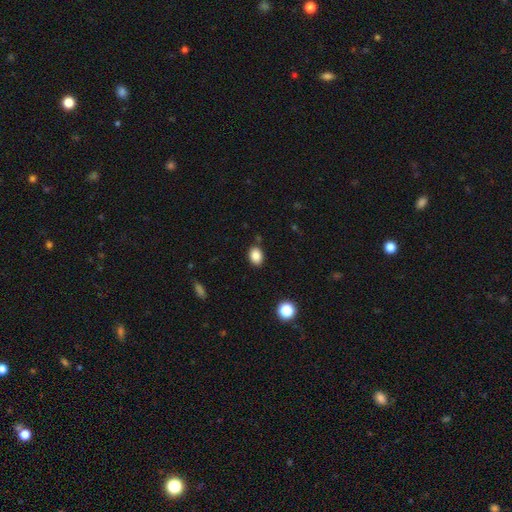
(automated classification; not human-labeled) A smooth galaxy with no disk features (86%) that is in between round and cigar-shaped (72%).

Vote fractions:
- Smooth or featured? smooth: 86% / star or artifact: 9% / featured or disk: 5%
- How rounded? in between: 72% / round: 27% / cigar-shaped: 1%
- Merging? none: 85% / minor disturbance: 10% / merger: 3% / major disturbance: 2%